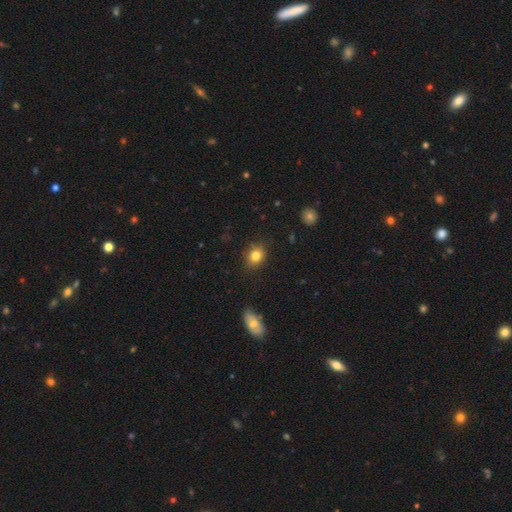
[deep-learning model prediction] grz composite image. It shows a smooth galaxy with no disk features (83%) that is round (56%). Merging: none (85%).